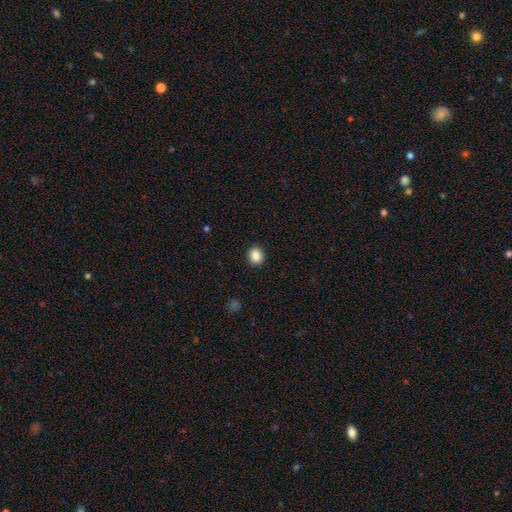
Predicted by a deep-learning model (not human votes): The model was most divided on "how rounded": round: 81%, in between: 18%, cigar-shaped: 1%. More confident: merging — none (92%); smooth or featured — smooth (86%).